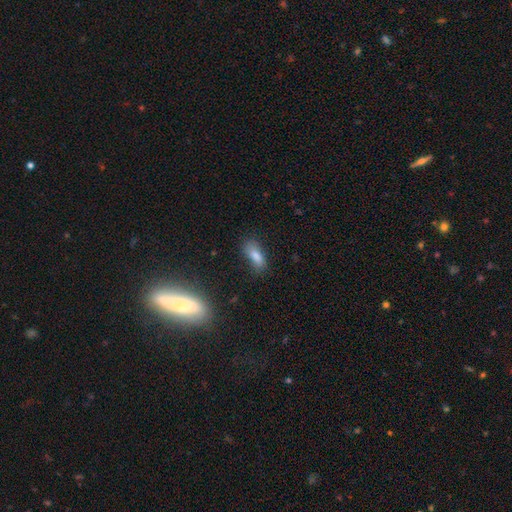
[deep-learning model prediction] Morphology: type=smooth (74%); roundness=in between (76%); merging=none (64%).